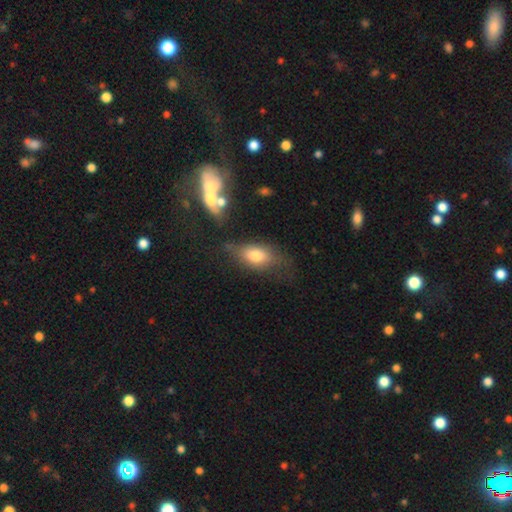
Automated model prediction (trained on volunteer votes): Smooth or featured: smooth — 70% (featured or disk — 21%)
How rounded: in between — 84% (round — 9%)
Merging: none — 52% (minor disturbance — 26%)